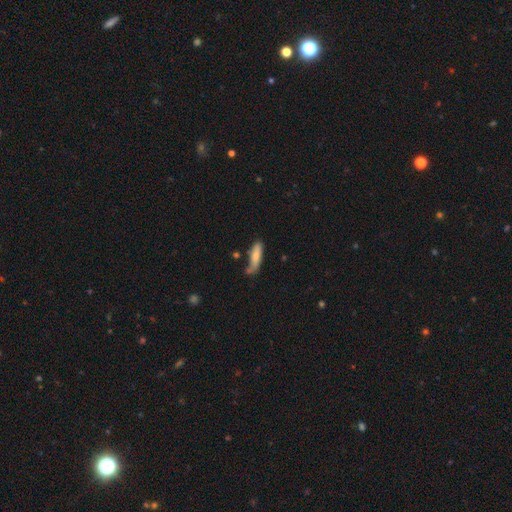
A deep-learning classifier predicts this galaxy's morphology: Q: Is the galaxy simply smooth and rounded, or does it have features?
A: smooth — 76%.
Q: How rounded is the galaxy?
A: cigar-shaped — 64%.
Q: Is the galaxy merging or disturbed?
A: none — 54%.